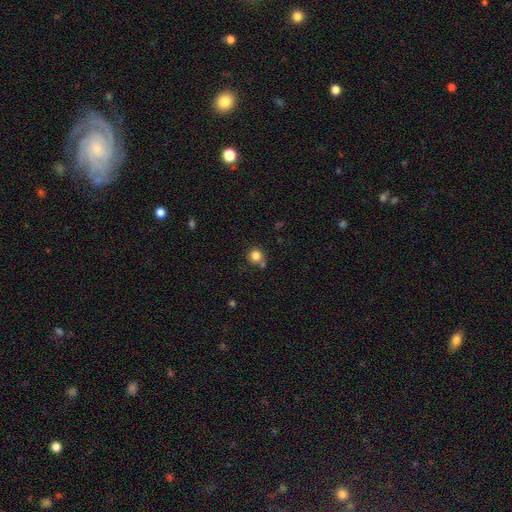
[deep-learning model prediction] A smooth galaxy with no disk features (82%) that is round (91%). Merging: none (68%).